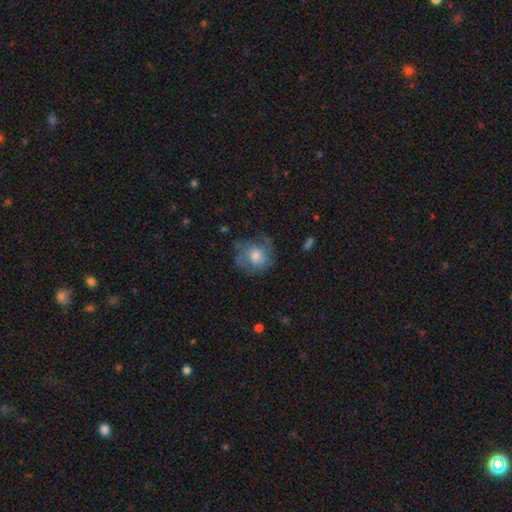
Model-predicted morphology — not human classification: Smooth or featured? Predicted: smooth (p=0.50). Merging? Predicted: none (p=0.60).